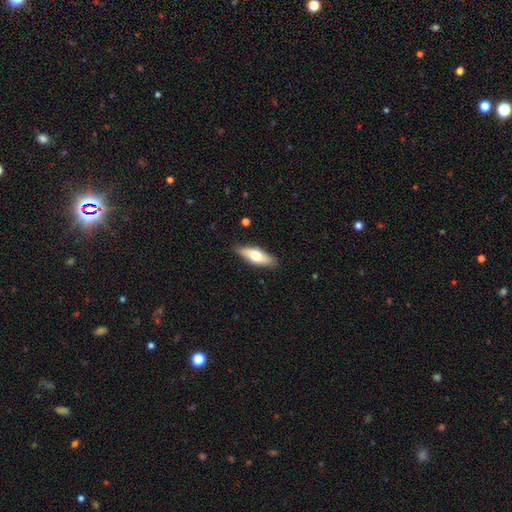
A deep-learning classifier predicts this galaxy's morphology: This is likely a smooth galaxy (61%). How rounded: likely in between (64%). Merging: clearly none (86%).